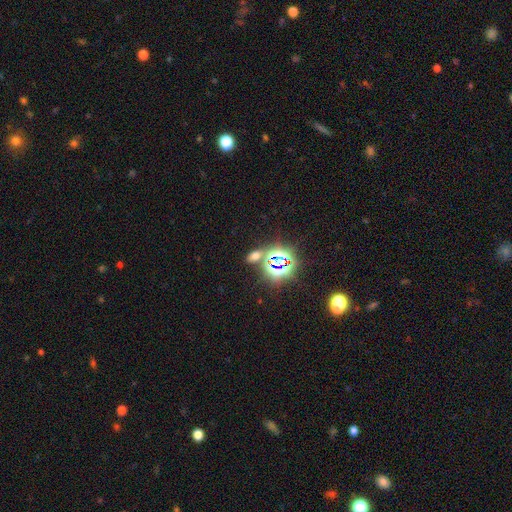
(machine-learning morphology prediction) The model was most divided on "smooth or featured": star or artifact: 47%, smooth: 43%, featured or disk: 9%.